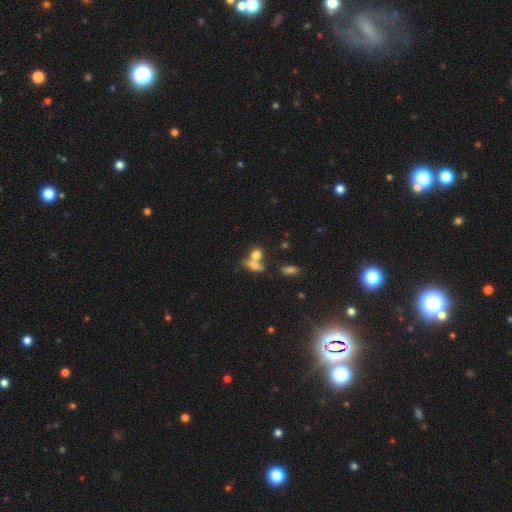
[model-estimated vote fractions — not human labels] Q: Smooth or featured?
A: smooth (75%); runner-up: featured or disk (13%)
Q: How rounded?
A: in between (63%); runner-up: round (29%)
Q: Merging?
A: merger (50%); runner-up: none (35%)